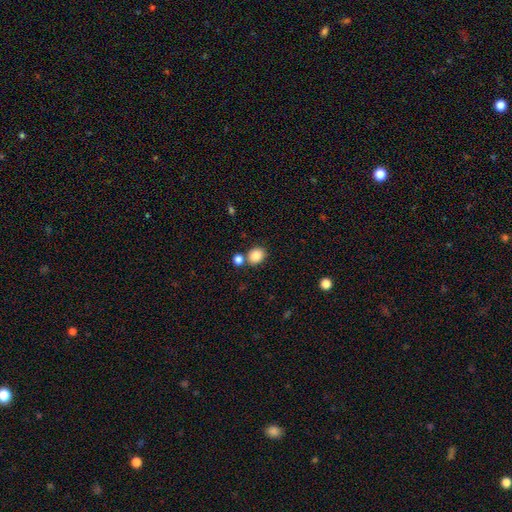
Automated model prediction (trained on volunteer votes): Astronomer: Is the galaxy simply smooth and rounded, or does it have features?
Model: smooth — 85%.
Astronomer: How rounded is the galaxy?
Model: round — 61% (runner-up: in between, 38%).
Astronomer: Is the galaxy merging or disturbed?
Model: none — 70%.